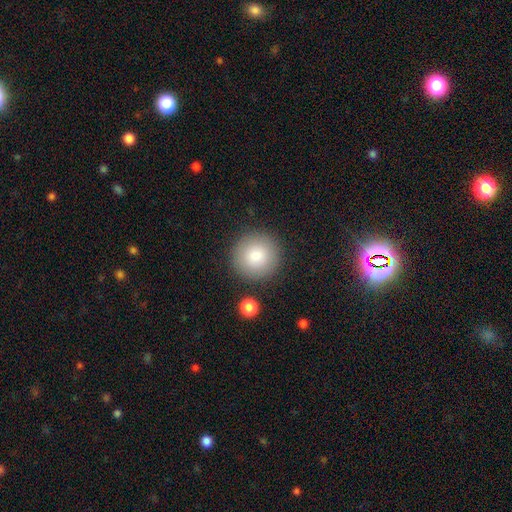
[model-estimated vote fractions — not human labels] This is clearly a smooth galaxy (81%). How rounded: clearly round (96%). Merging: clearly none (88%).